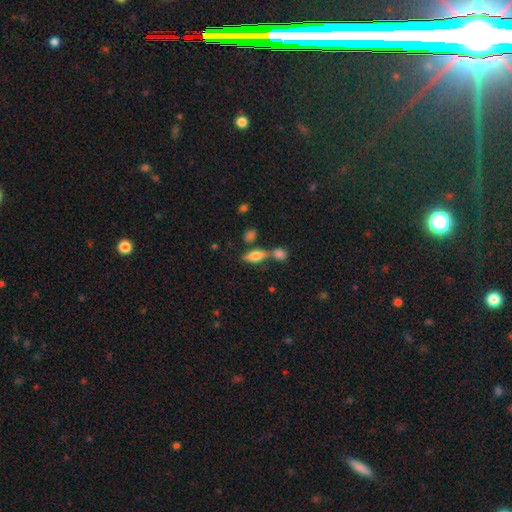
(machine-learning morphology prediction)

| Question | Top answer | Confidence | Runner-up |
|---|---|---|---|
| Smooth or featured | smooth | 68% | featured or disk (24%) |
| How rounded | in between | 71% | cigar-shaped (24%) |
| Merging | none | 55% | merger (28%) |